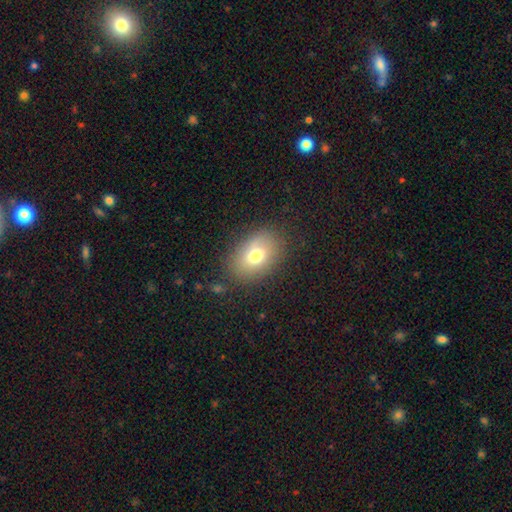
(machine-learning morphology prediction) smooth-or-featured: smooth: 73% | featured or disk: 17% | star or artifact: 11%
  how-rounded: in between: 80% | round: 19% | cigar-shaped: 1%
  merging: none: 81% | minor disturbance: 13% | major disturbance: 5% | merger: 1%